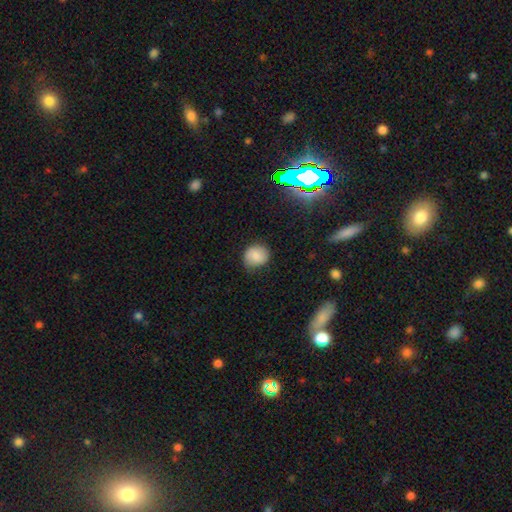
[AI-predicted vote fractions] Smooth or featured? smooth (77%)
How rounded? round (75%)
Merging? none (71%)